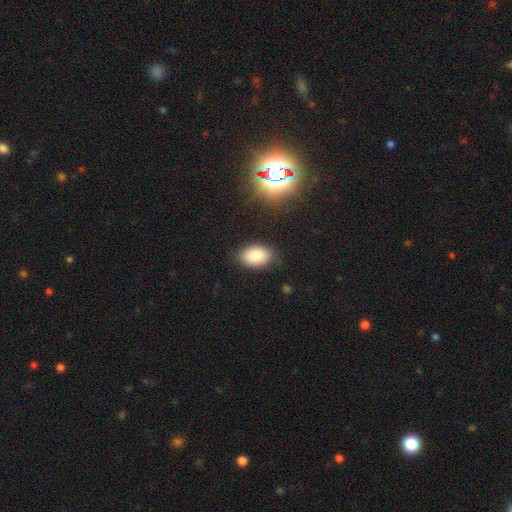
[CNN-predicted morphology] Overall: smooth (82%). How rounded: in between (86%). Merging: none (83%).